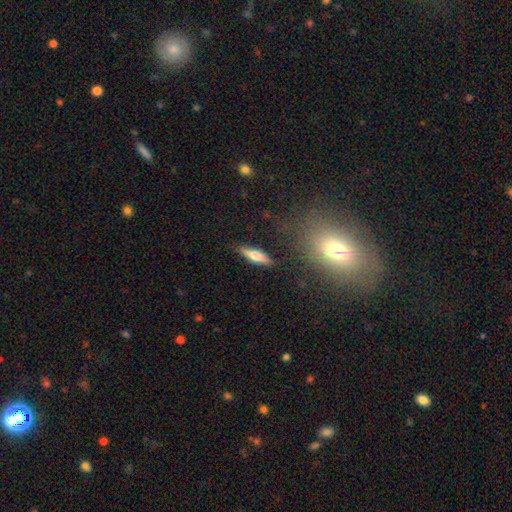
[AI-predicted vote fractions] Smooth or featured? smooth (56%)
How rounded? cigar-shaped (64%)
Merging? none (86%)